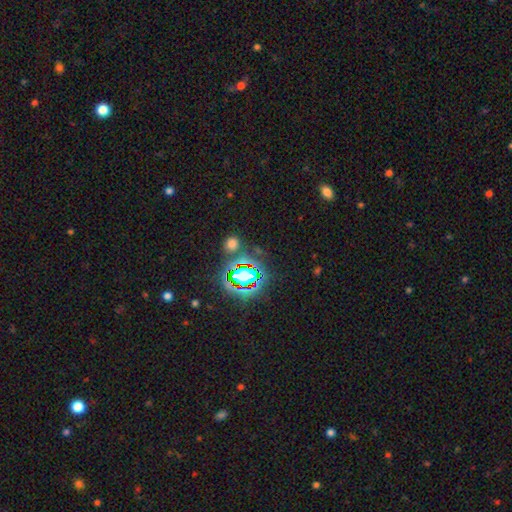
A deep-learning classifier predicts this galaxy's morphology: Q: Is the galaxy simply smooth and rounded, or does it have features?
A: star or artifact — 82%.